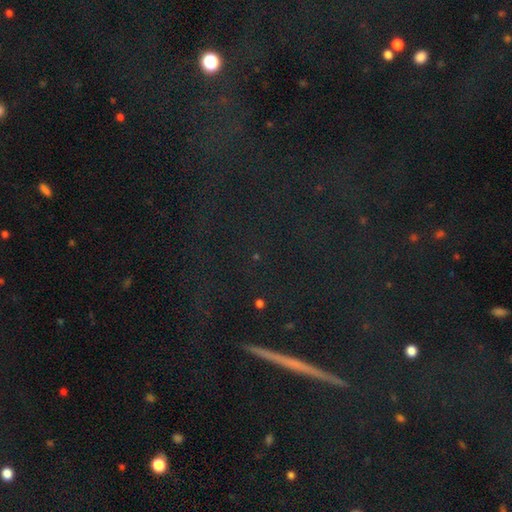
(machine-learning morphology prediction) type=star or artifact (58%).